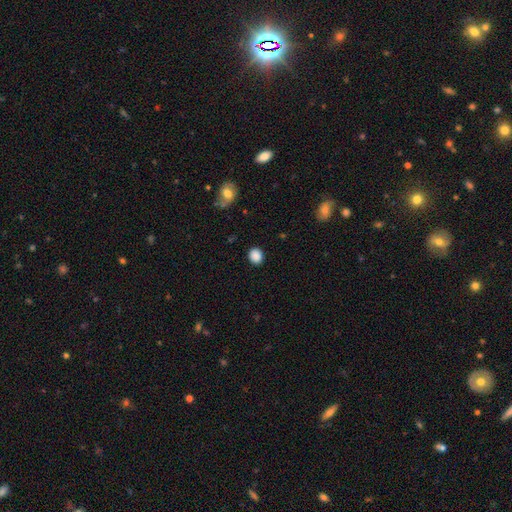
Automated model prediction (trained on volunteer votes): This is clearly a smooth galaxy (88%). How rounded: likely round (70%). Merging: clearly none (89%).